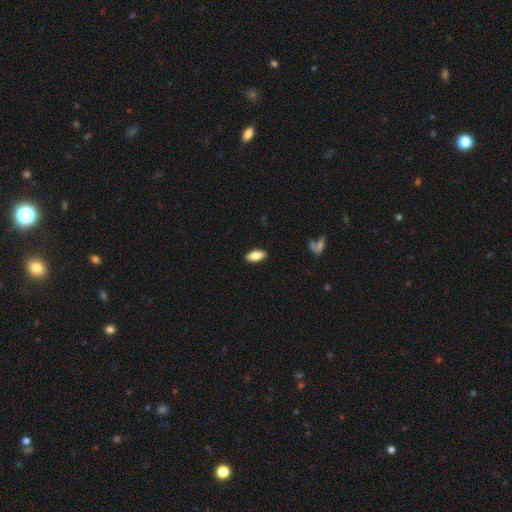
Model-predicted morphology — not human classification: This is likely a smooth galaxy (78%). How rounded: clearly in between (85%). Merging: clearly none (89%).